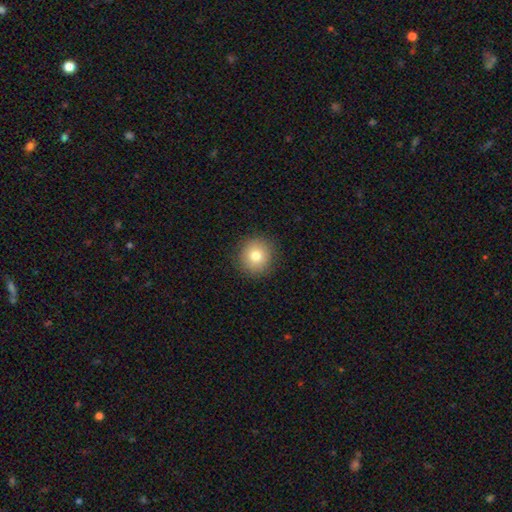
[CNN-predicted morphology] Smooth or featured? Predicted: smooth (p=0.78). How rounded? Predicted: round (p=0.92). Merging? Predicted: none (p=0.90).